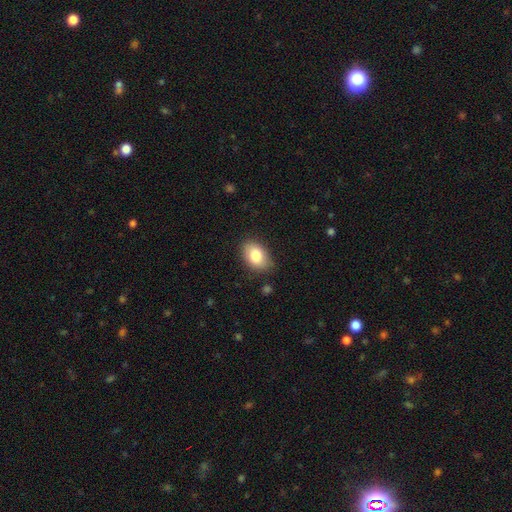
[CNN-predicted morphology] Q: Smooth or featured?
A: smooth (82%); runner-up: featured or disk (11%)
Q: How rounded?
A: in between (85%); runner-up: round (13%)
Q: Merging?
A: none (82%); runner-up: minor disturbance (14%)